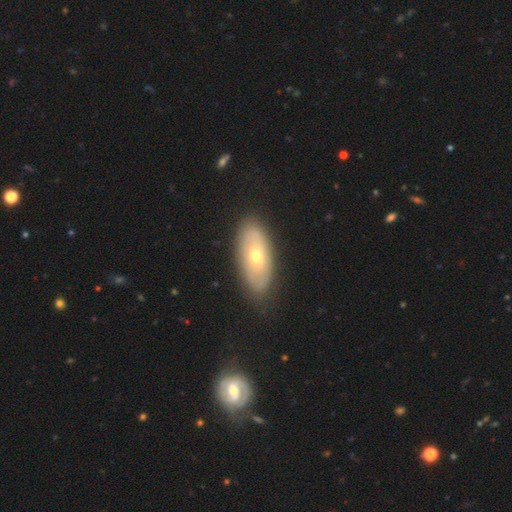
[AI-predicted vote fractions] The model was most divided on "smooth or featured": featured or disk: 49%, smooth: 45%, star or artifact: 6%. More confident: merging — none (84%).